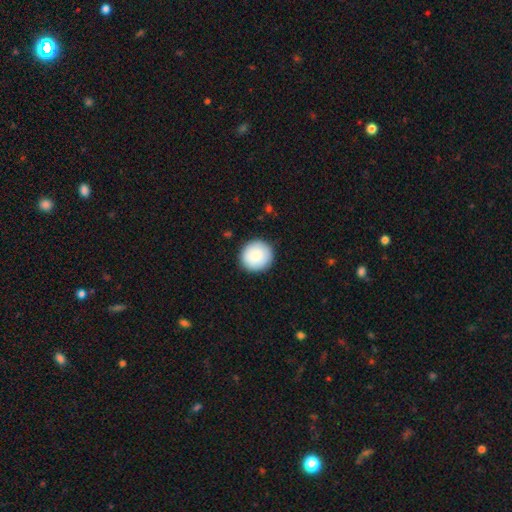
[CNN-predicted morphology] Smooth or featured: smooth — 85% (featured or disk — 9%)
How rounded: round — 94% (in between — 5%)
Merging: none — 90% (minor disturbance — 7%)